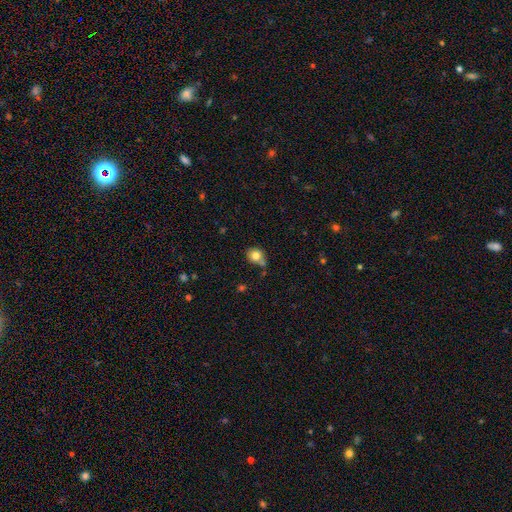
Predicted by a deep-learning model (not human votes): Smooth or featured: smooth — 79% (star or artifact — 11%)
How rounded: round — 75% (in between — 24%)
Merging: none — 56% (minor disturbance — 22%)